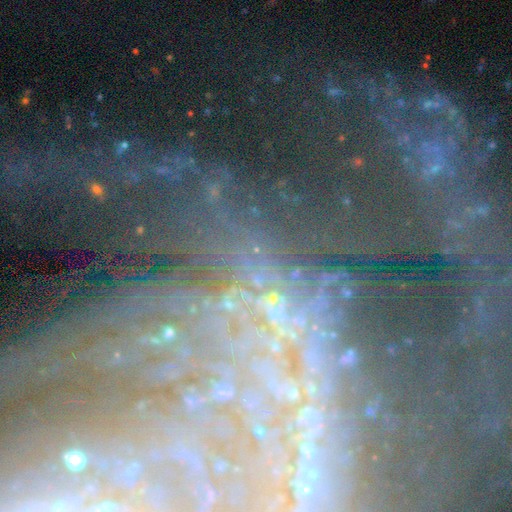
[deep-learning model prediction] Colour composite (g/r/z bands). It shows a featured or disk galaxy (50%). Merging: none (63%).